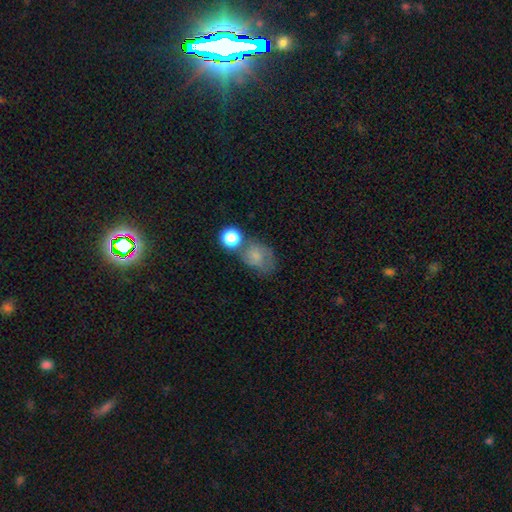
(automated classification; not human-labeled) A smooth galaxy with no disk features (68%) that is in between round and cigar-shaped (55%). Merging: none (39%).